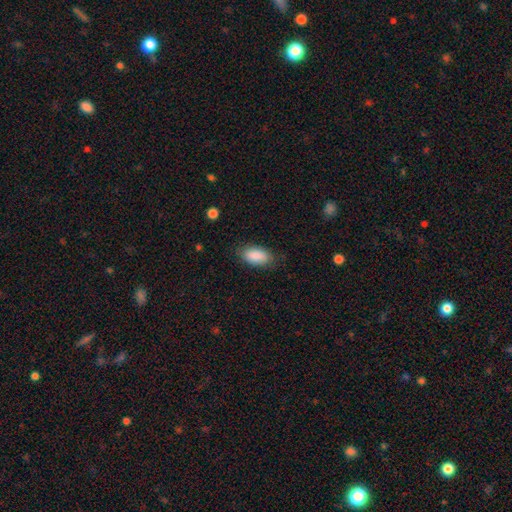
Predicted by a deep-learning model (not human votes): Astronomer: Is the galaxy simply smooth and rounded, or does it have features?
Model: smooth — 88%.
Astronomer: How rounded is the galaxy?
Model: in between — 92%.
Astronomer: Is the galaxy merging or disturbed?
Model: none — 80%.